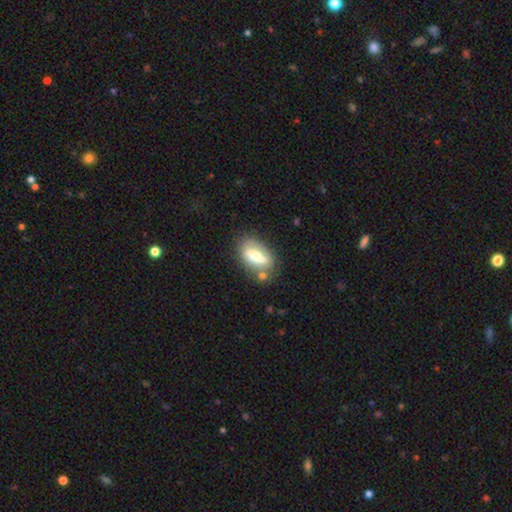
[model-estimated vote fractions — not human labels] Morphology: type=smooth (51%); roundness=in between (85%); merging=none (65%).